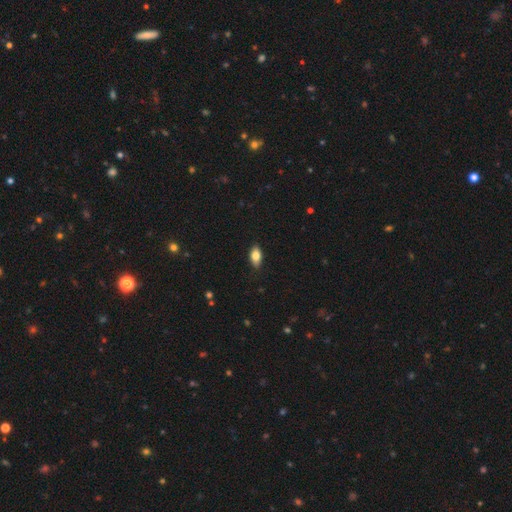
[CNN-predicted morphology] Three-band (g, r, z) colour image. It shows a smooth galaxy with no disk features (79%) that is in between round and cigar-shaped (89%). Merging: none (86%).